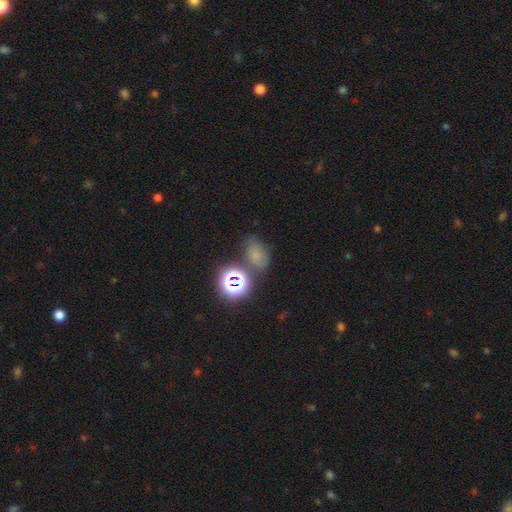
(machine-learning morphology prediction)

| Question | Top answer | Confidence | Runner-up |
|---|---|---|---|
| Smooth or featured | smooth | 59% | star or artifact (29%) |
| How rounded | in between | 68% | round (30%) |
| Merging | none | 60% | minor disturbance (20%) |